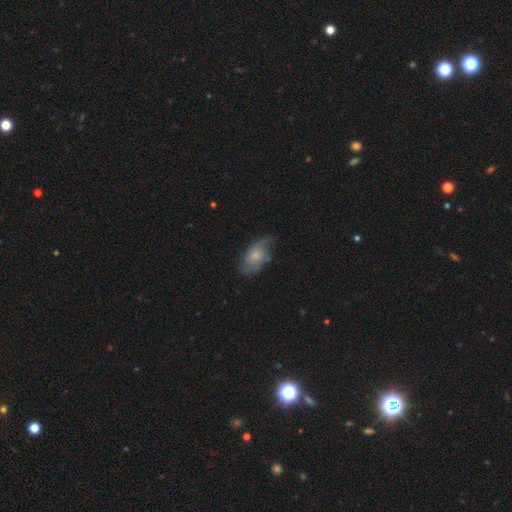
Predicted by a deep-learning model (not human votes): smooth_or_featured: smooth (p=0.54) [alt: featured or disk p=0.39]
how_rounded: in between (p=0.90) [alt: round p=0.05]
merging: none (p=0.53) [alt: minor disturbance p=0.32]